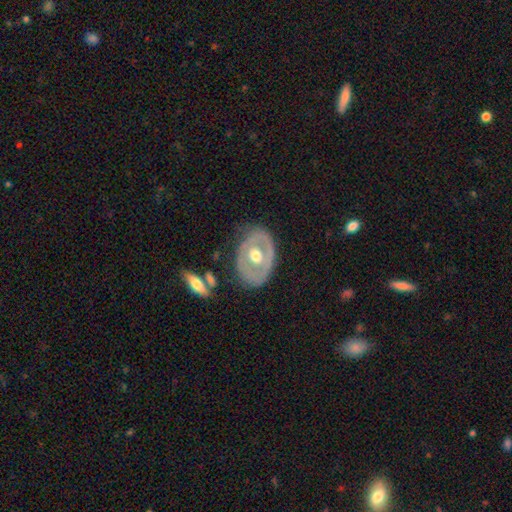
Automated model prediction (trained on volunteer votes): Overall: featured or disk (63%; smooth 32%). Edge-on disk: no (91%). Bar: no (76%). Spiral arms: no (82%). Bulge size: moderate (76%). Merging: none (71%).